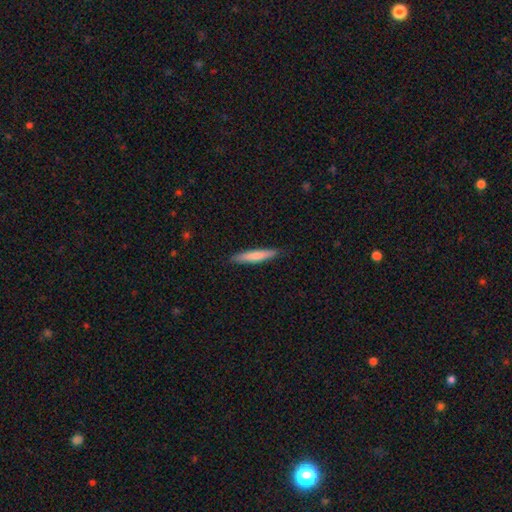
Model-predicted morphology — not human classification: This is likely a smooth galaxy (75%). How rounded: clearly cigar-shaped (91%). Merging: clearly none (88%).